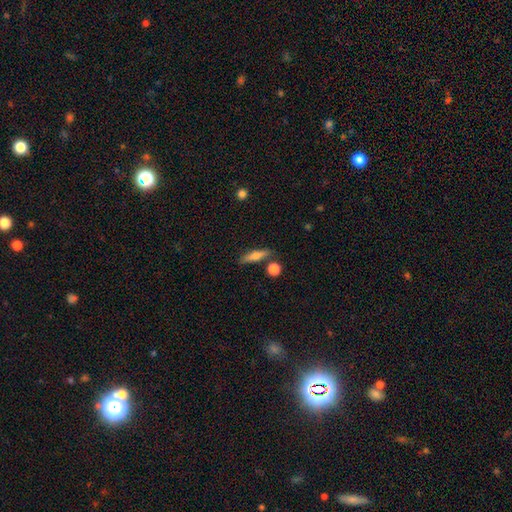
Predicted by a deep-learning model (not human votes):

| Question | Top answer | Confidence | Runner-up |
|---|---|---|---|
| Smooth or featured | smooth | 62% | featured or disk (31%) |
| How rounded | cigar-shaped | 67% | in between (29%) |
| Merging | none | 79% | minor disturbance (12%) |